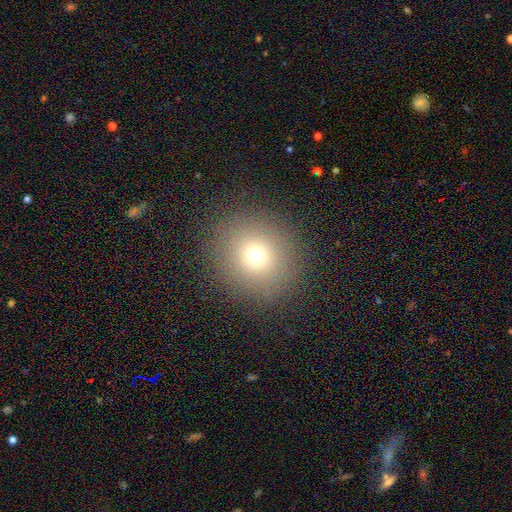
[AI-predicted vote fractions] Smooth or featured? smooth (70%)
How rounded? round (89%)
Merging? none (89%)